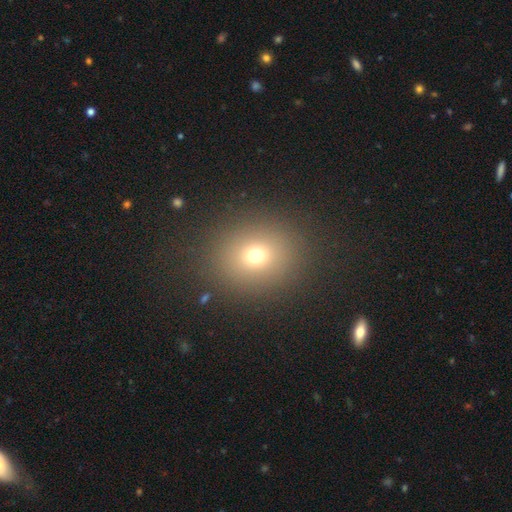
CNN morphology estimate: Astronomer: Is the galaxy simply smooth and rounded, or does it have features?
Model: smooth — 70%.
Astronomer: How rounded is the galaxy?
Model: round — 73%.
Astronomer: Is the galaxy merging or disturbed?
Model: none — 87%.